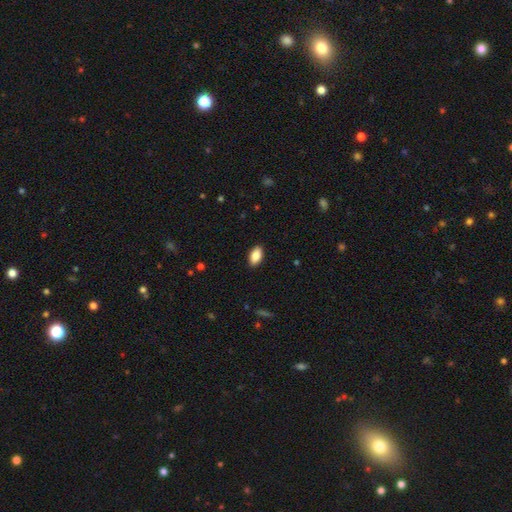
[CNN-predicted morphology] This is clearly a smooth galaxy (88%). How rounded: clearly in between (93%). Merging: clearly none (90%).